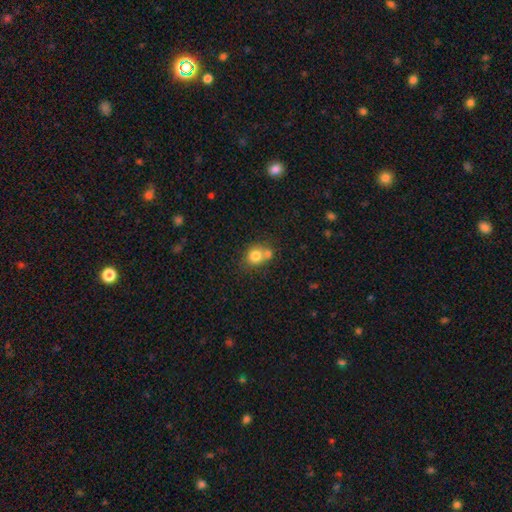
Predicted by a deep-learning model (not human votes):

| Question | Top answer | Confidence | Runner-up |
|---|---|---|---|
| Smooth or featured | smooth | 78% | featured or disk (12%) |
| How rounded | round | 73% | in between (26%) |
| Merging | none | 43% | tied: merger (43%) |